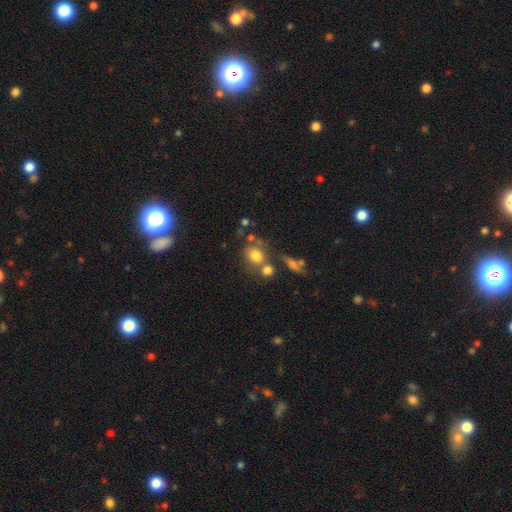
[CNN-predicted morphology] This appears to be a smooth galaxy with no disk features (75%) that is round (62%). Merging: none (52%).